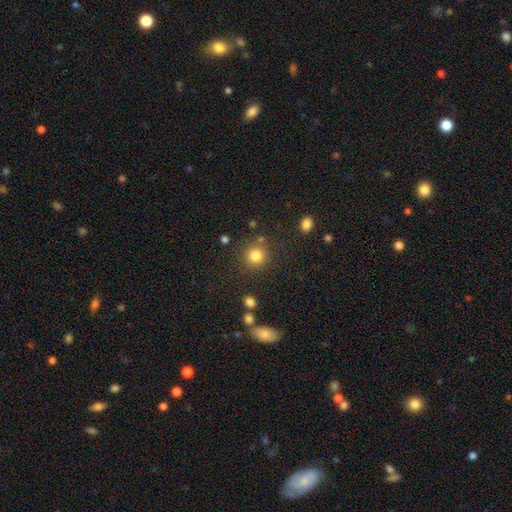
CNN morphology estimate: A smooth galaxy with no disk features (83%) that is round (92%). Merging: none (82%).